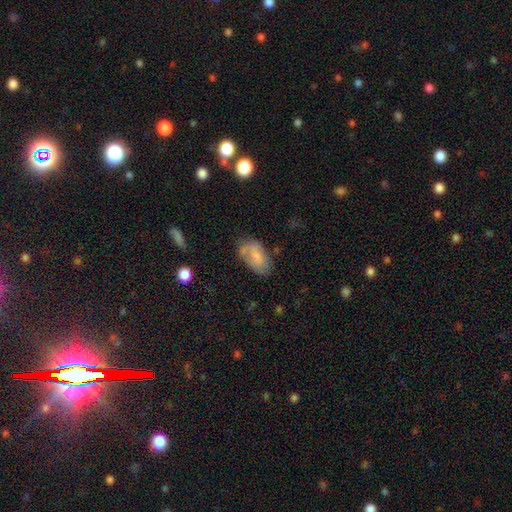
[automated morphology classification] This is likely a smooth galaxy (66%). How rounded: clearly in between (93%). Merging: possibly none (55%).